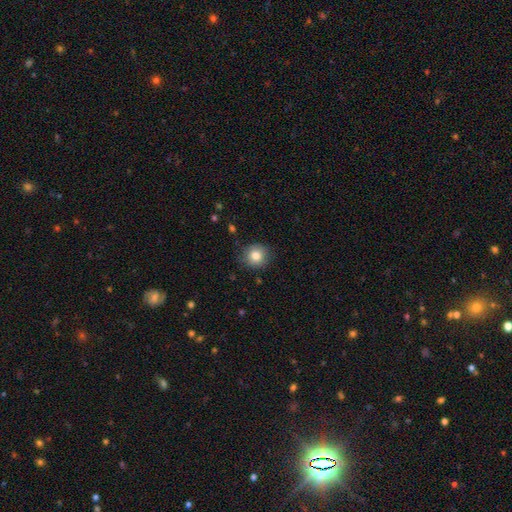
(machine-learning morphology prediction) Smooth or featured? smooth (81%)
How rounded? round (88%)
Merging? none (86%)